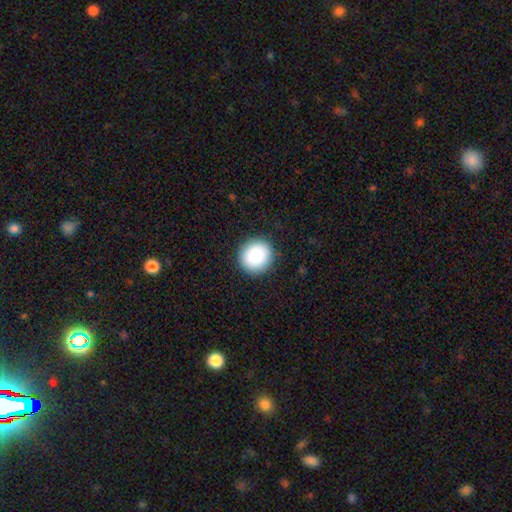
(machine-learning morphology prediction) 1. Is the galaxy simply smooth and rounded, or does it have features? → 87% smooth, 8% star or artifact, 5% featured or disk.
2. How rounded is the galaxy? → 90% round, 9% in between, 1% cigar-shaped.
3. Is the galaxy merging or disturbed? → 91% none, 6% minor disturbance, 2% major disturbance, 1% merger.